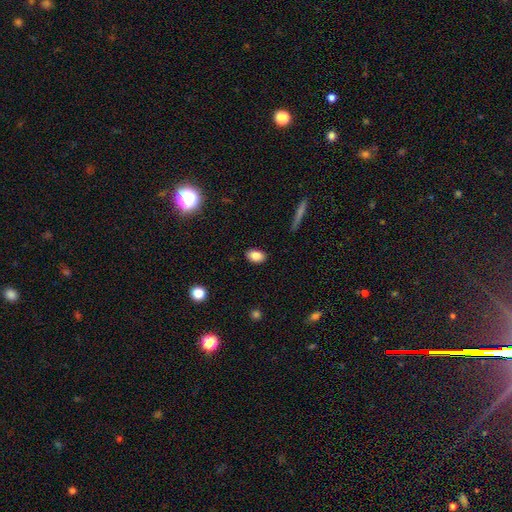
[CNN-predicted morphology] A smooth galaxy with no disk features (85%) that is in between round and cigar-shaped (86%). Merging: none (88%).